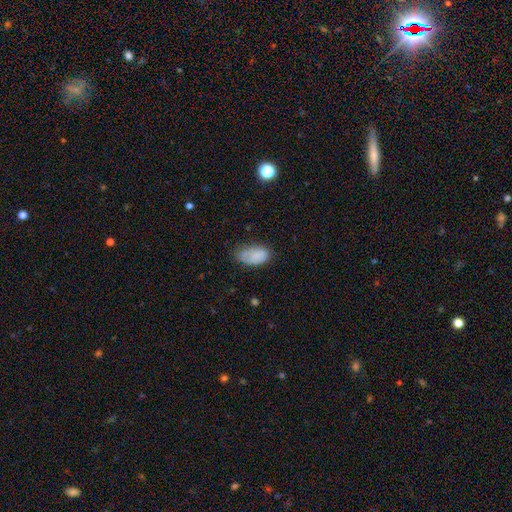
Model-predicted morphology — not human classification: smooth-or-featured: smooth: 81% | featured or disk: 10% | star or artifact: 8%
  how-rounded: in between: 93% | round: 4% | cigar-shaped: 2%
  merging: none: 55% | minor disturbance: 32% | major disturbance: 10% | merger: 2%